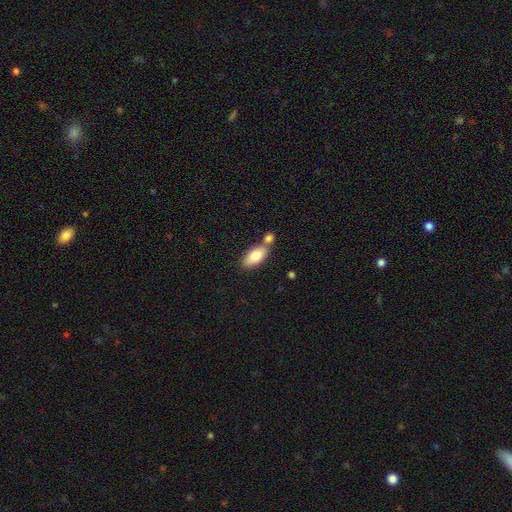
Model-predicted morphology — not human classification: Smooth or featured? smooth (78%)
How rounded? in between (89%)
Merging? none (51%)